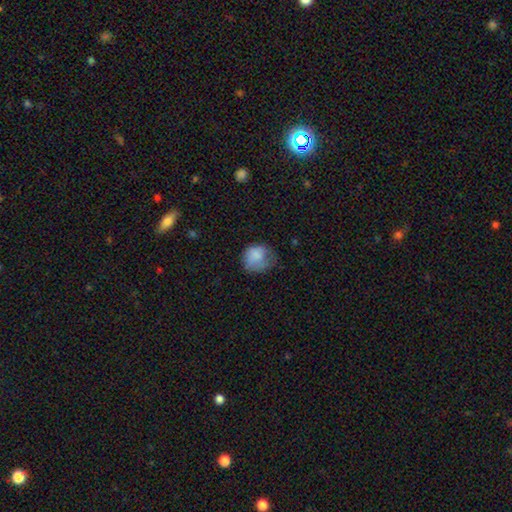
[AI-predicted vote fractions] Smooth or featured?
  - smooth: 79% *
  - featured or disk: 13%
  - star or artifact: 8%
How rounded?
  - round: 67% *
  - in between: 32%
  - cigar-shaped: 1%
Merging?
  - none: 43% *
  - minor disturbance: 35%
  - major disturbance: 21%
  - merger: 2%